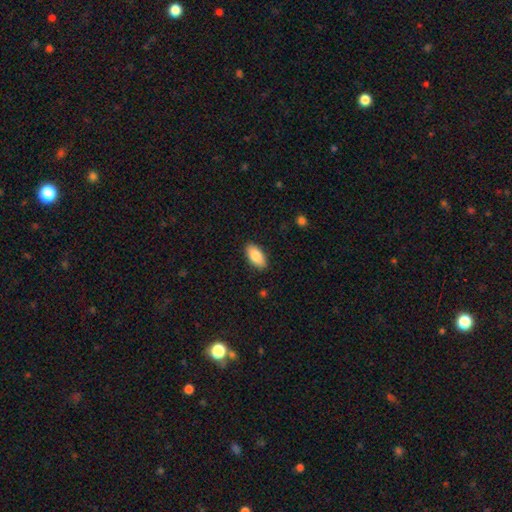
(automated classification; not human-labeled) The model was most divided on "smooth or featured": smooth: 85%, featured or disk: 9%, star or artifact: 6%. More confident: how rounded — in between (92%); merging — none (88%).